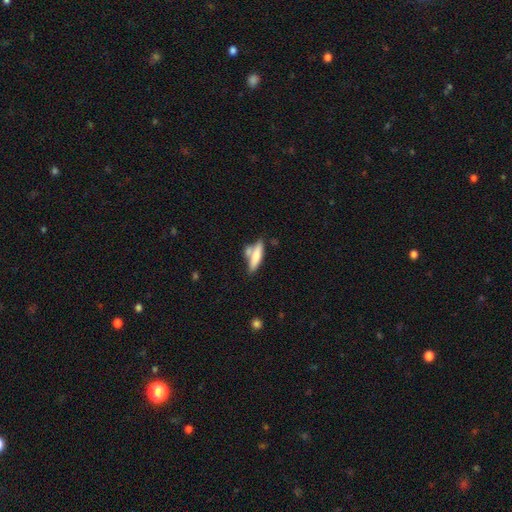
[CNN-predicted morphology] smooth 68%, featured or disk 26%, star or artifact 6%. Down the decision tree: how rounded — cigar-shaped (66%); merging — none (51%).